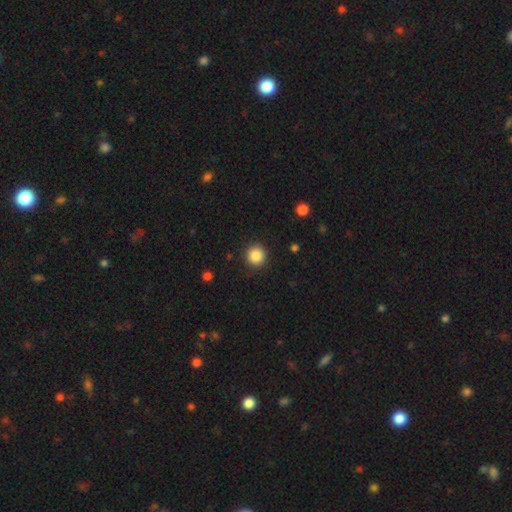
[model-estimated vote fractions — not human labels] Smooth or featured? smooth (86%)
How rounded? round (94%)
Merging? none (91%)